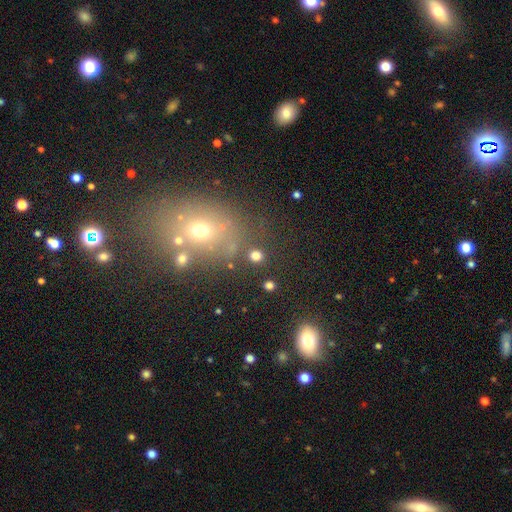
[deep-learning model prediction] Q: Smooth or featured?
A: smooth (76%); runner-up: star or artifact (17%)
Q: How rounded?
A: round (82%); runner-up: in between (17%)
Q: Merging?
A: none (81%); runner-up: minor disturbance (8%)